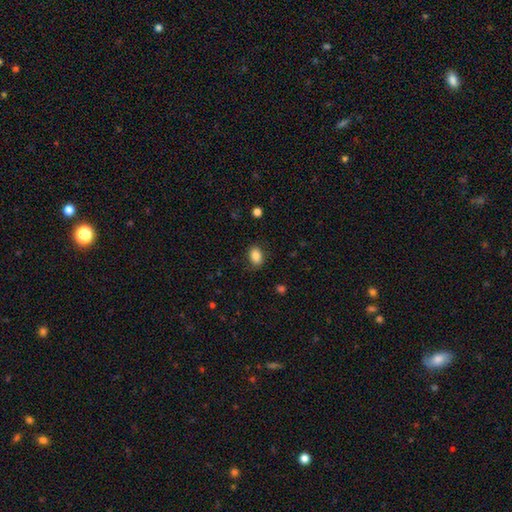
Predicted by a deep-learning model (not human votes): smooth 85%, star or artifact 9%, featured or disk 6%. Down the decision tree: how rounded — in between (79%); merging — none (85%).